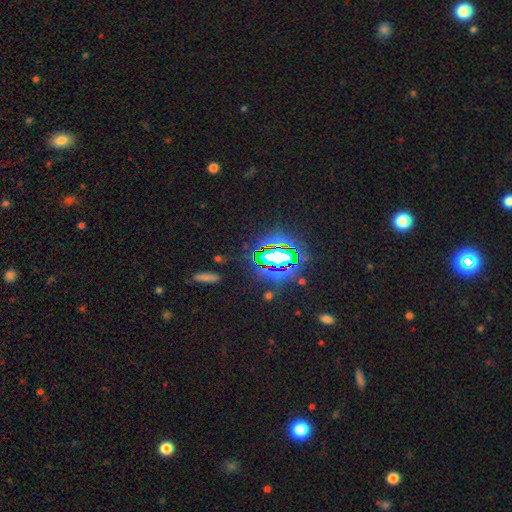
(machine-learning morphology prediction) star or artifact 81%, smooth 11%, featured or disk 8%.